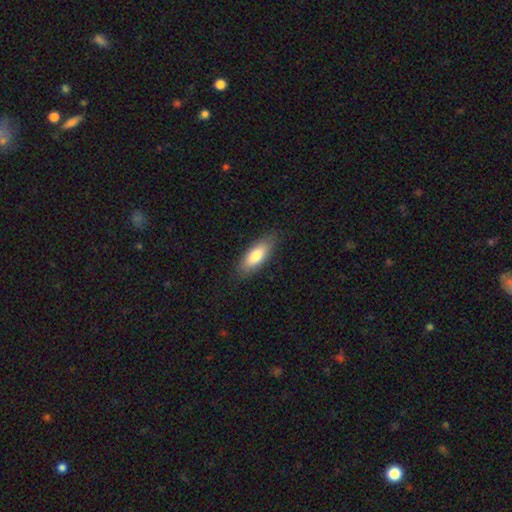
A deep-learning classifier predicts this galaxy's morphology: Smooth or featured? Predicted: smooth (p=0.78). How rounded? Predicted: in between (p=0.68). Merging? Predicted: none (p=0.85).